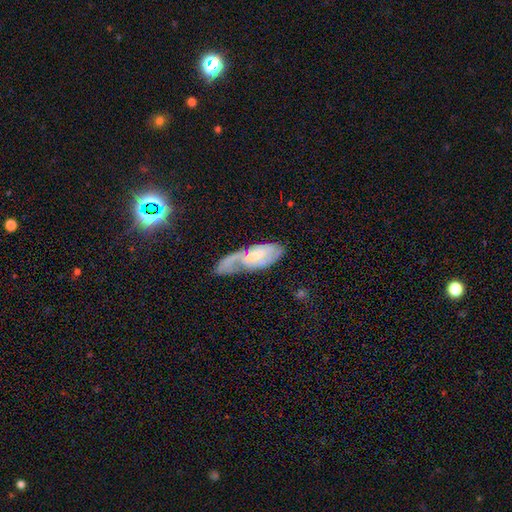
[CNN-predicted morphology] This is likely a featured or disk galaxy (78%). It is clearly not viewed edge-on (91%). Bar: possibly no (51%). Spiral arm pattern: clearly yes (92%). Spiral arm count: possibly 2 (50%). Spiral winding: possibly tight (46%). Central bulge: likely small (62%). Merging: possibly none (51%).